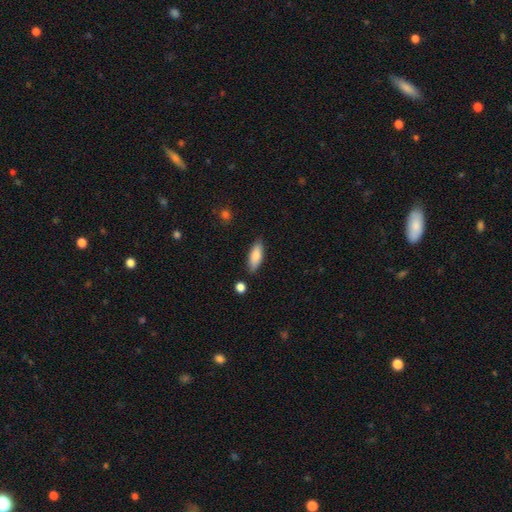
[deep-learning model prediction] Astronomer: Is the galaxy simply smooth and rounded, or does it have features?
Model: smooth — 81%.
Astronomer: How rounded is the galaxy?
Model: in between — 66%.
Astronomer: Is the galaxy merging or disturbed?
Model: none — 83%.